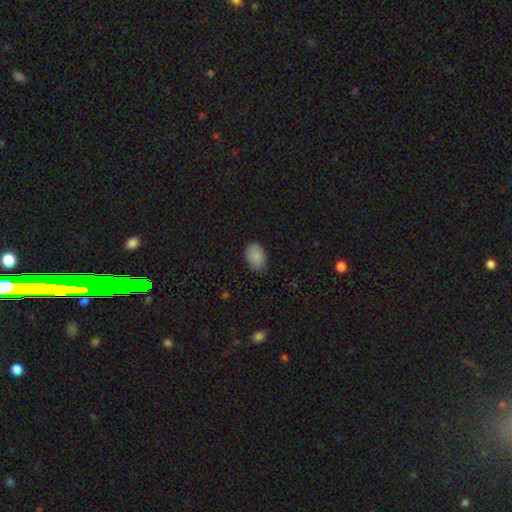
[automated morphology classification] type=smooth (87%); roundness=in between (79%); merging=none (75%).